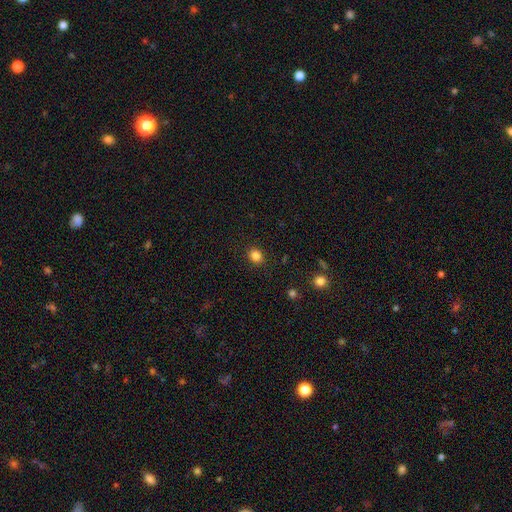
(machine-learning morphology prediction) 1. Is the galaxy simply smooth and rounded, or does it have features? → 85% smooth, 12% star or artifact, 4% featured or disk.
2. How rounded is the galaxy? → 67% round, 32% in between, 1% cigar-shaped.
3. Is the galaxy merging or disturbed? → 88% none, 8% minor disturbance, 3% major disturbance, 1% merger.